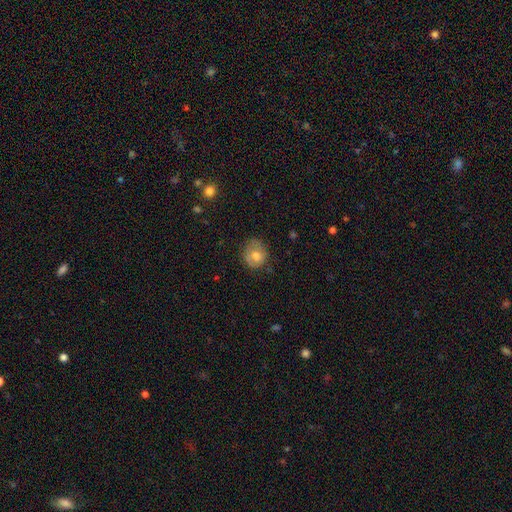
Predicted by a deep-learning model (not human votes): smooth_or_featured: smooth (p=0.67) [alt: featured or disk p=0.24]
how_rounded: round (p=0.70) [alt: in between p=0.29]
merging: none (p=0.65) [alt: minor disturbance p=0.25]